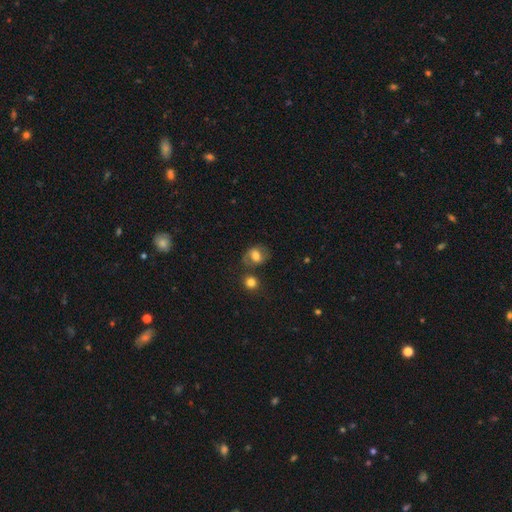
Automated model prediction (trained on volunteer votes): This is likely a smooth galaxy (62%). How rounded: possibly in between (50%). Merging: likely none (62%).